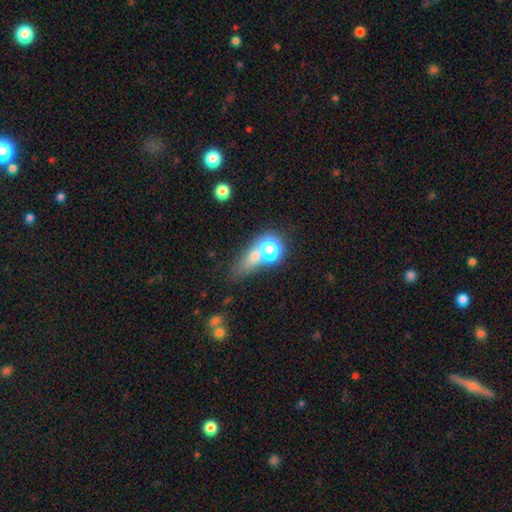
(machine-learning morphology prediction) smooth 55%, star or artifact 29%, featured or disk 16%. Down the decision tree: how rounded — in between (41%, tied with round); merging — none (49%).